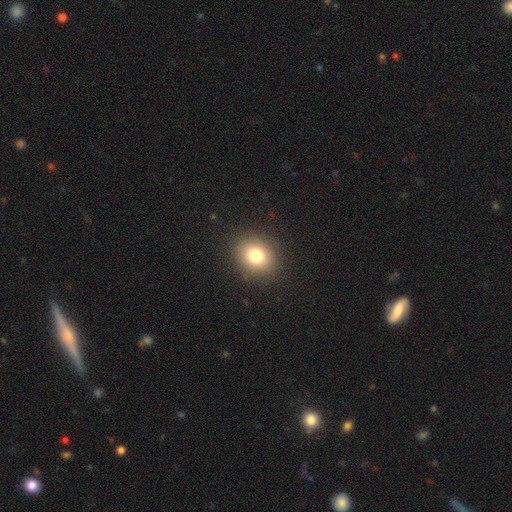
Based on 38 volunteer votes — smooth_or_featured: smooth (p=0.82) [alt: featured or disk p=0.16]
how_rounded: round (p=0.65) [alt: in between p=0.35]
merging: none (p=0.92) [alt: minor disturbance p=0.05]